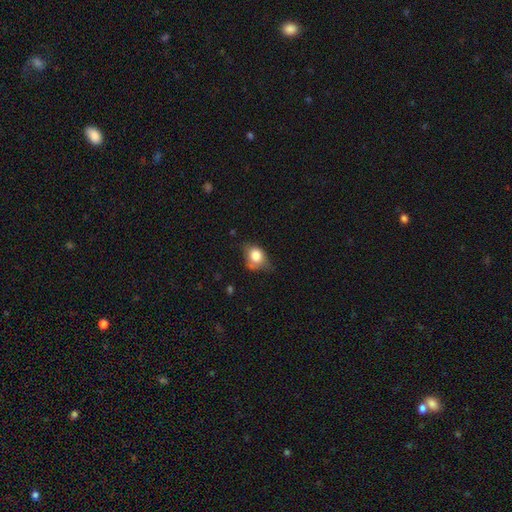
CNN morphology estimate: smooth 78%, featured or disk 13%, star or artifact 9%. Down the decision tree: how rounded — in between (52%); merging — minor disturbance (40%).